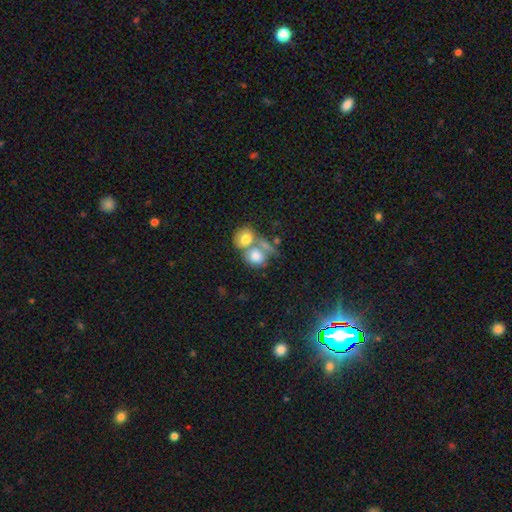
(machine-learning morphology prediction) This is likely a smooth galaxy (74%). How rounded: possibly round (55%). Merging: possibly merger (59%).